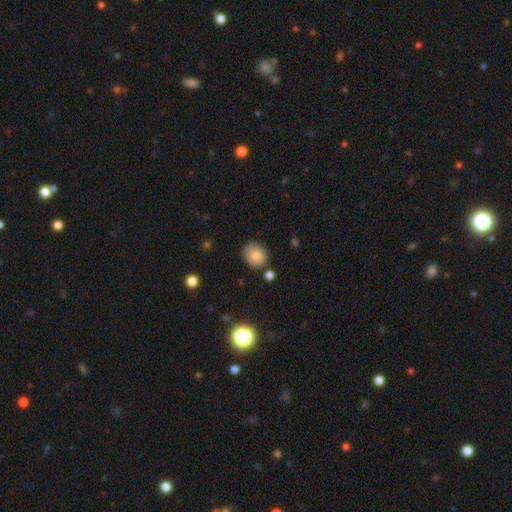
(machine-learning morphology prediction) This is clearly a smooth galaxy (82%). How rounded: likely round (73%). Merging: likely none (75%).